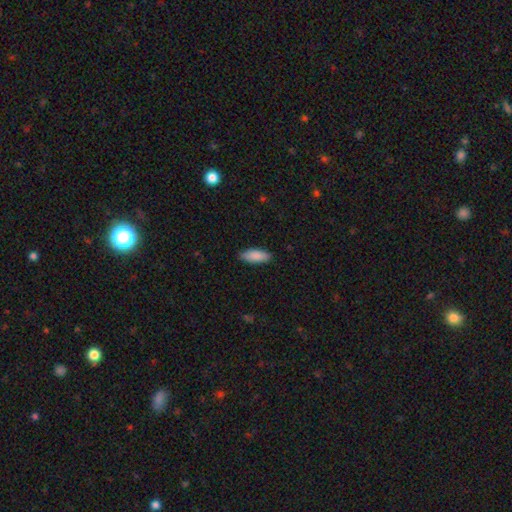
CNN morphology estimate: Smooth or featured? smooth (88%)
How rounded? in between (76%)
Merging? none (87%)